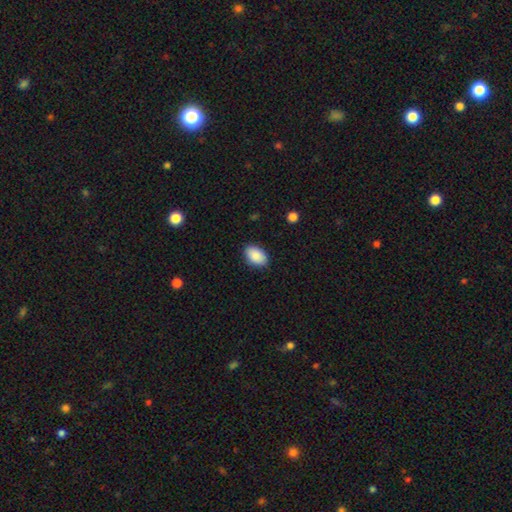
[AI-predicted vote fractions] Morphology: type=smooth (90%); roundness=in between (90%); merging=none (87%).